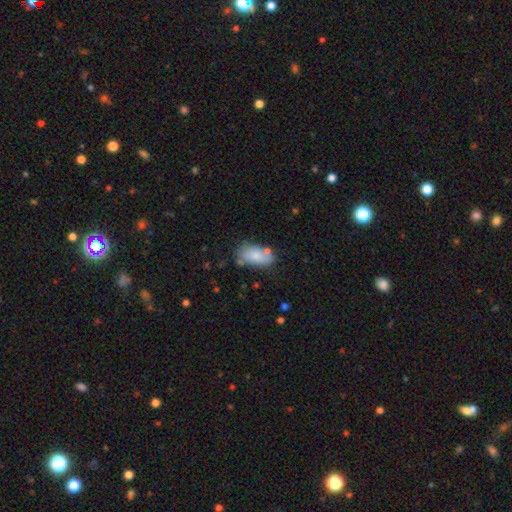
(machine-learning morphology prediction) A smooth galaxy with no disk features (77%) that is in between round and cigar-shaped (91%).

Vote fractions:
- Smooth or featured? smooth: 77% / featured or disk: 16% / star or artifact: 7%
- How rounded? in between: 91% / cigar-shaped: 5% / round: 4%
- Merging? none: 63% / minor disturbance: 20% / merger: 12% / major disturbance: 6%